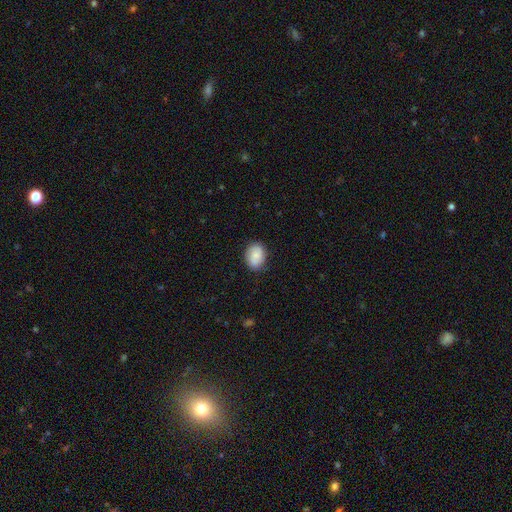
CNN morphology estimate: Smooth or featured?
  - smooth: 80% *
  - featured or disk: 13%
  - star or artifact: 7%
How rounded?
  - in between: 62% *
  - round: 37%
  - cigar-shaped: 1%
Merging?
  - none: 79% *
  - minor disturbance: 16%
  - major disturbance: 4%
  - merger: 1%